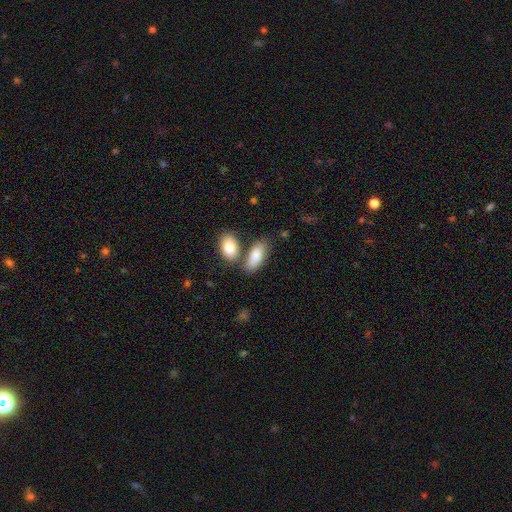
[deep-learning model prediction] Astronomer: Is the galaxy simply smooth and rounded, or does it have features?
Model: smooth — 84%.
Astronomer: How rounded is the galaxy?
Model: in between — 87%.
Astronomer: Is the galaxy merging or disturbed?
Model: none — 54% (runner-up: merger, 29%).